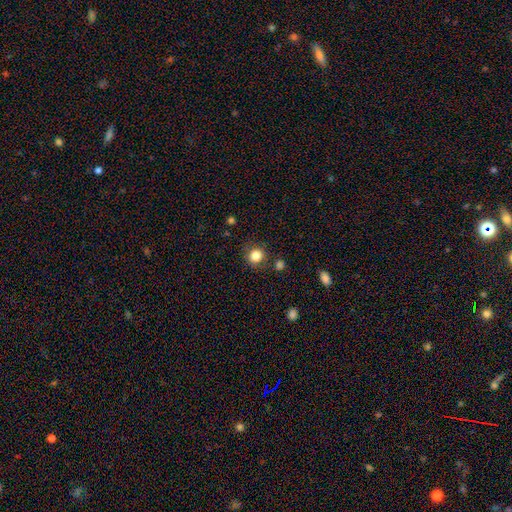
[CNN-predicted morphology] Smooth or featured?
  - smooth: 83% *
  - star or artifact: 11%
  - featured or disk: 6%
How rounded?
  - round: 88% *
  - in between: 12%
  - cigar-shaped: 1%
Merging?
  - none: 84% *
  - minor disturbance: 9%
  - merger: 3%
  - major disturbance: 3%